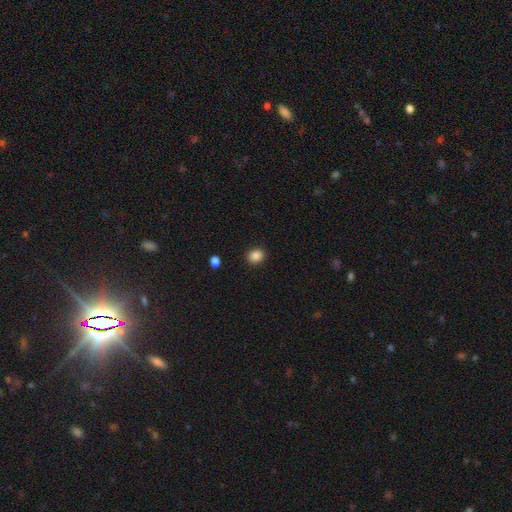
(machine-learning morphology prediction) The model was most divided on "how rounded": round: 61%, in between: 38%, cigar-shaped: 1%. More confident: merging — none (90%); smooth or featured — smooth (87%).